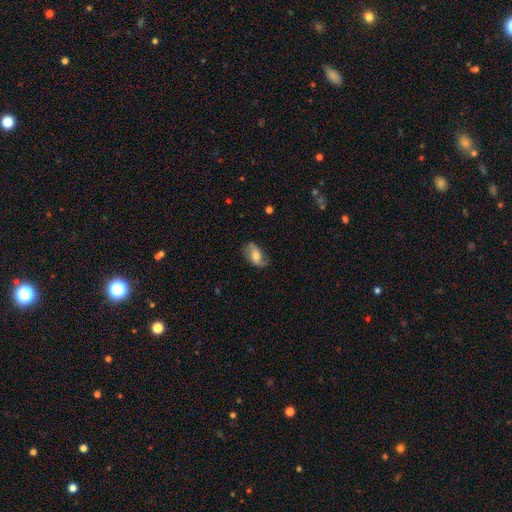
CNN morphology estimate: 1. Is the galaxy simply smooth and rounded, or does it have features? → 48% smooth, 44% featured or disk, 8% star or artifact.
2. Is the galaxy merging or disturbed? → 65% none, 25% minor disturbance, 9% major disturbance, 1% merger.